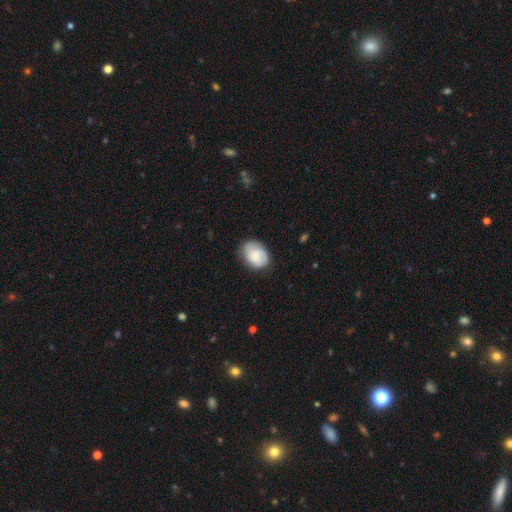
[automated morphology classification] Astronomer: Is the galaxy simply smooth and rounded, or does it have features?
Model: smooth — 78%.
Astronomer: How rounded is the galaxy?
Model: in between — 74%.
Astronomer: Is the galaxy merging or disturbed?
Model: none — 71%.